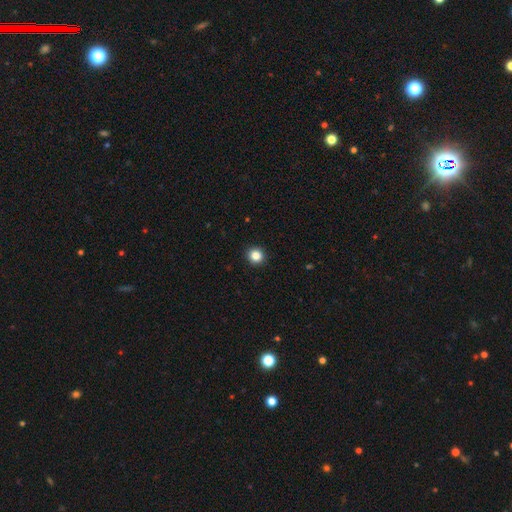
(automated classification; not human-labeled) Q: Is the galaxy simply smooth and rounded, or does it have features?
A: smooth — 85%.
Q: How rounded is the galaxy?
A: round — 92%.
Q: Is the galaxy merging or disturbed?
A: none — 93%.